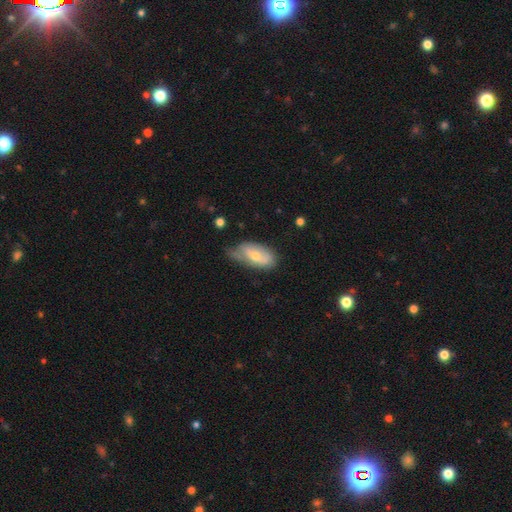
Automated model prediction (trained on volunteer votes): Q: Smooth or featured?
A: smooth (53%); runner-up: featured or disk (40%)
Q: How rounded?
A: in between (90%); runner-up: cigar-shaped (6%)
Q: Merging?
A: minor disturbance (42%); runner-up: none (41%)